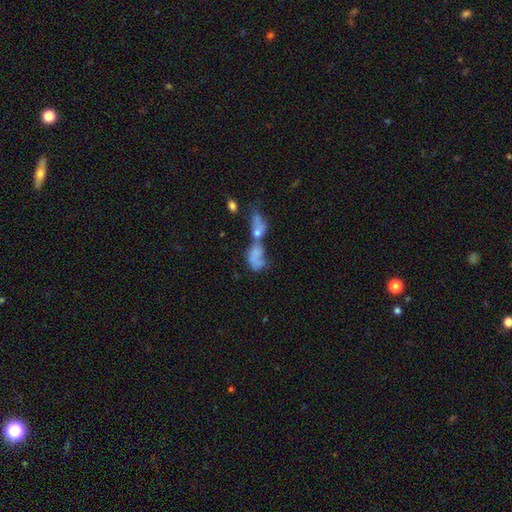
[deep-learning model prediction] Smooth or featured?
  - smooth: 50% *
  - featured or disk: 37%
  - star or artifact: 13%
Merging?
  - merger: 63% *
  - major disturbance: 17%
  - none: 13%
  - minor disturbance: 7%